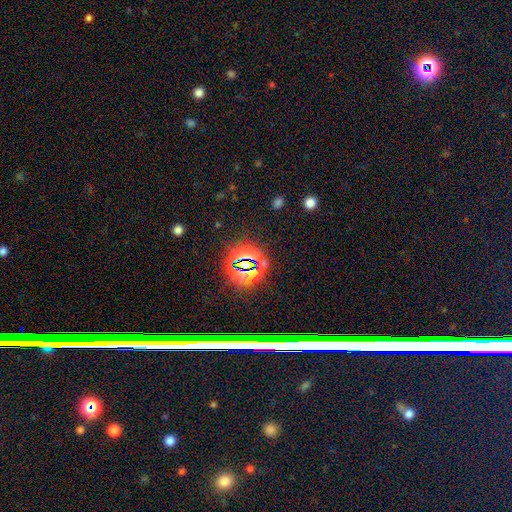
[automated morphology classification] Smooth or featured: star or artifact — 66% (smooth — 21%)